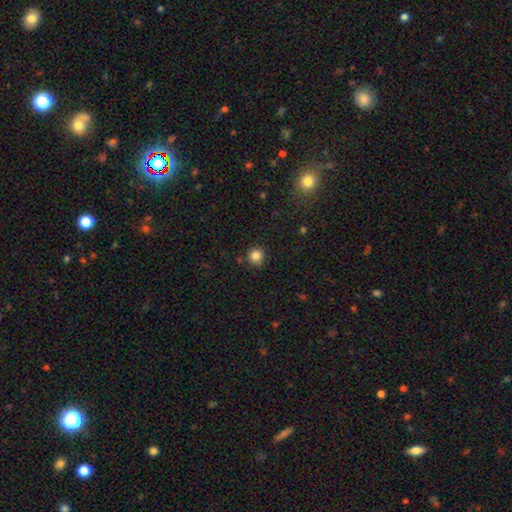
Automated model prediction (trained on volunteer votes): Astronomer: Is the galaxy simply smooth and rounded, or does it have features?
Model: smooth — 83%.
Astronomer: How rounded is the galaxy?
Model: round — 90%.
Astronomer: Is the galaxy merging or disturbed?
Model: none — 84%.